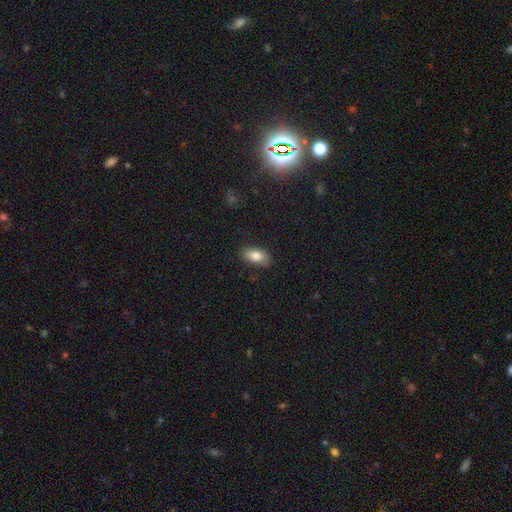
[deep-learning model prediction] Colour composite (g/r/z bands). It shows a smooth galaxy with no disk features (83%) that is in between round and cigar-shaped (91%). Merging: none (81%).